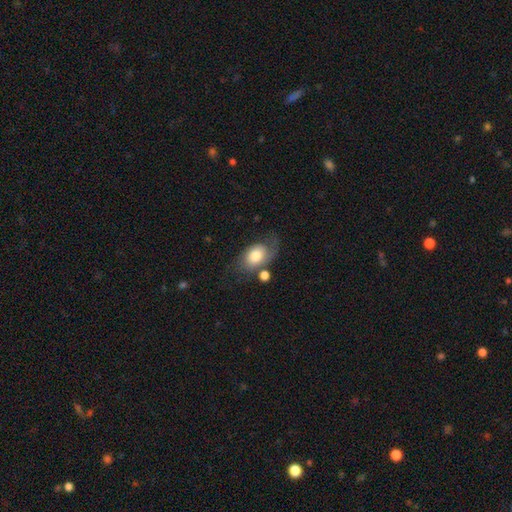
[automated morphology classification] Smooth or featured? Predicted: smooth (p=0.57). How rounded? Predicted: in between (p=0.81). Merging? Predicted: none (p=0.46).